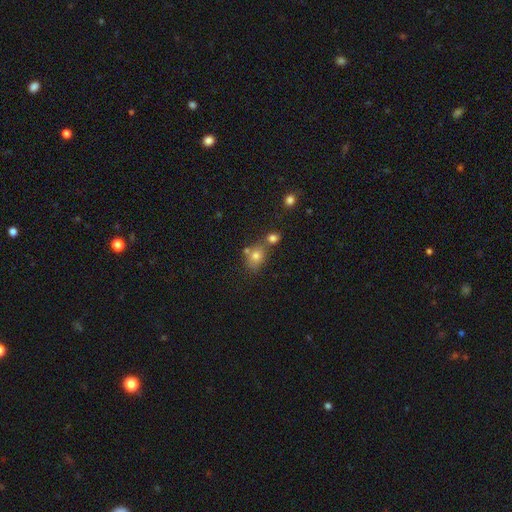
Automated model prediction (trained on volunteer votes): A smooth galaxy with no disk features (71%) that is round (52%). Merging: none (51%).